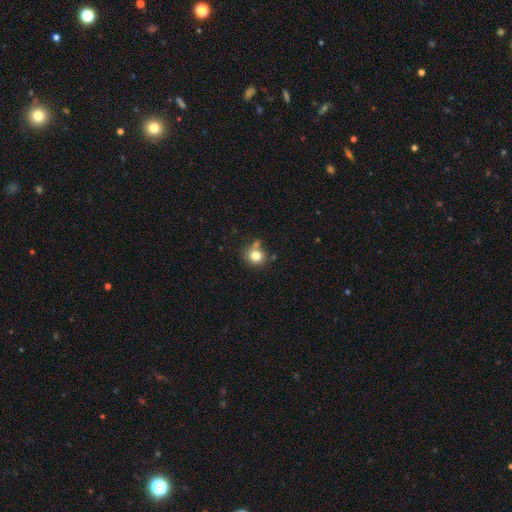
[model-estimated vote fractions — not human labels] Q: Smooth or featured?
A: smooth (79%); runner-up: star or artifact (11%)
Q: How rounded?
A: round (77%); runner-up: in between (22%)
Q: Merging?
A: none (62%); runner-up: merger (17%)